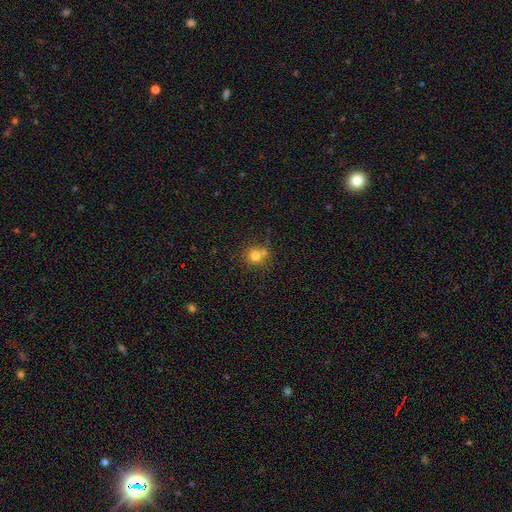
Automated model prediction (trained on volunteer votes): This is likely a smooth galaxy (77%). How rounded: clearly round (88%). Merging: likely none (60%).